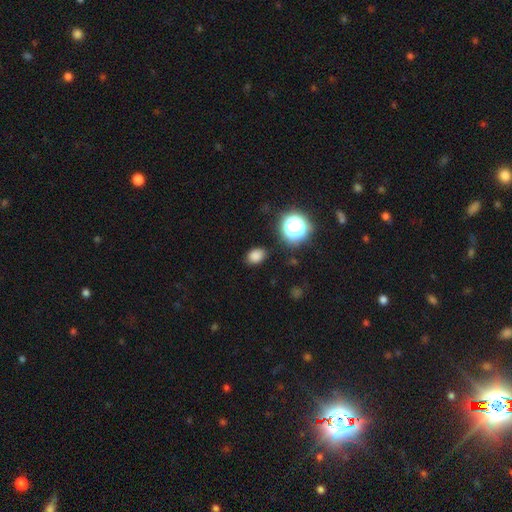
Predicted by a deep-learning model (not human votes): Morphology: type=smooth (80%); roundness=in between (67%); merging=none (84%).